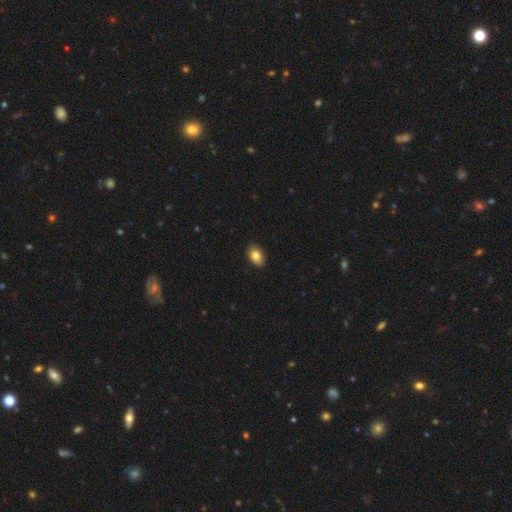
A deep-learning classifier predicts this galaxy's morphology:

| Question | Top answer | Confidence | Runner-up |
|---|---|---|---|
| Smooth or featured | smooth | 82% | featured or disk (10%) |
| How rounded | in between | 86% | round (12%) |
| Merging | none | 88% | minor disturbance (10%) |